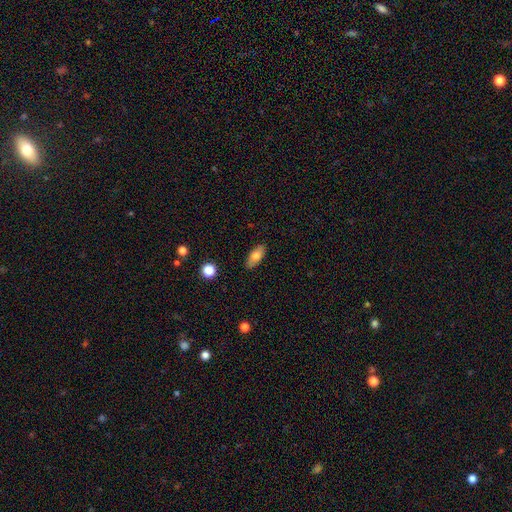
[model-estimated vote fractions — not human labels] This appears to be a smooth galaxy with no disk features (76%) that is in between round and cigar-shaped (84%). Merging: none (88%).